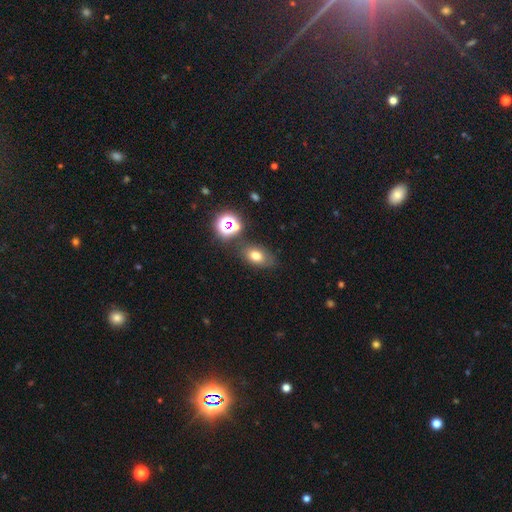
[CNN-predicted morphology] smooth-or-featured: smooth: 69% | star or artifact: 18% | featured or disk: 13%
  how-rounded: in between: 80% | round: 18% | cigar-shaped: 2%
  merging: none: 73% | minor disturbance: 15% | merger: 7% | major disturbance: 5%